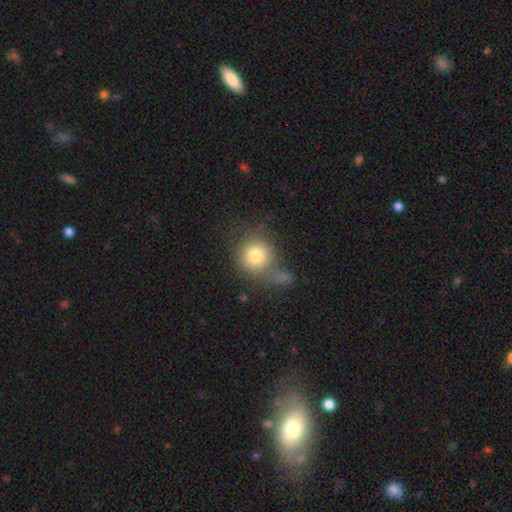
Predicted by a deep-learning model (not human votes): Morphology: type=smooth (76%); roundness=round (90%); merging=none (50%).